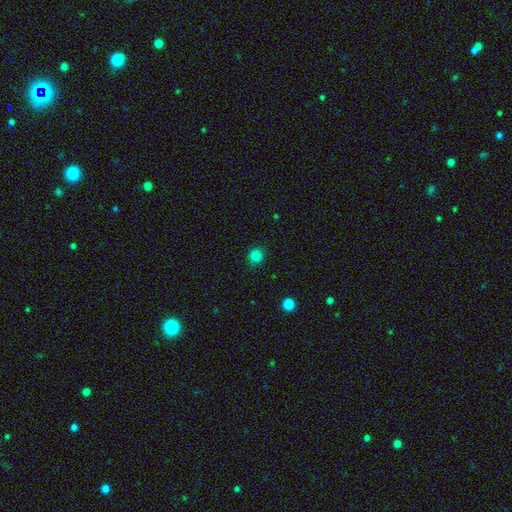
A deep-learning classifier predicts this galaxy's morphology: Q: Smooth or featured?
A: smooth (83%); runner-up: star or artifact (13%)
Q: How rounded?
A: round (91%); runner-up: in between (8%)
Q: Merging?
A: none (90%); runner-up: minor disturbance (7%)